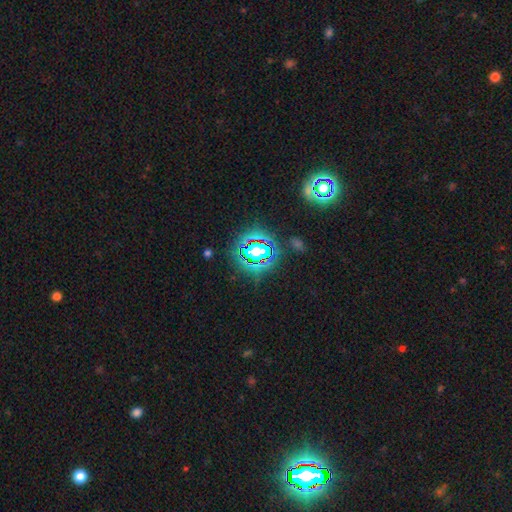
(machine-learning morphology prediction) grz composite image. It shows a star or artifact, not a galaxy (76%).